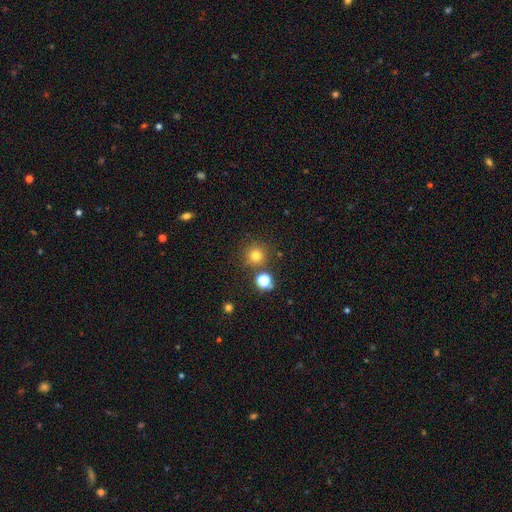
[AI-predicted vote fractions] smooth_or_featured: smooth (p=0.76) [alt: star or artifact p=0.17]
how_rounded: round (p=0.94) [alt: in between p=0.05]
merging: none (p=0.81) [alt: merger p=0.08]